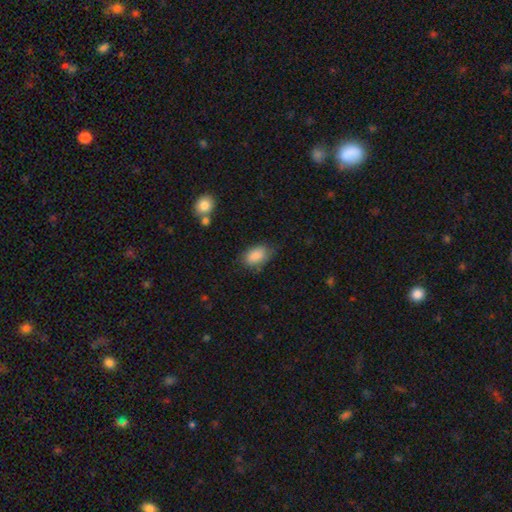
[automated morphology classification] smooth 87%, star or artifact 7%, featured or disk 6%. Down the decision tree: how rounded — in between (91%); merging — none (66%).